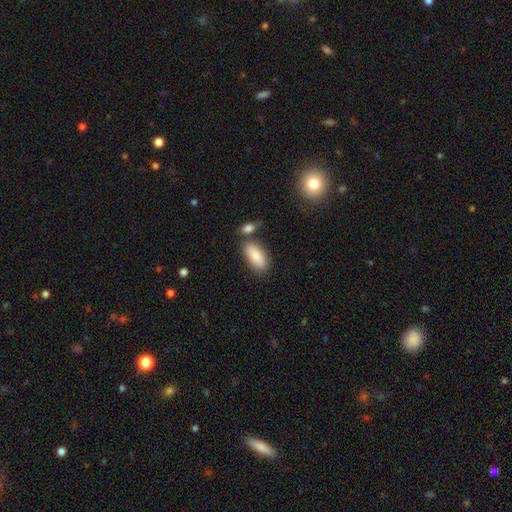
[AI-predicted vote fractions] This appears to be a smooth galaxy with no disk features (83%) that is in between round and cigar-shaped (86%). Merging: none (67%).